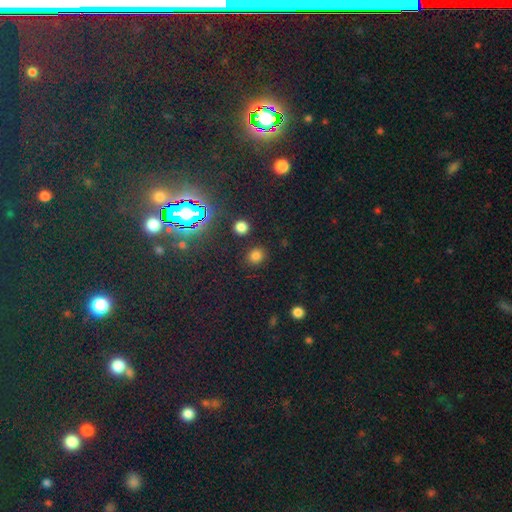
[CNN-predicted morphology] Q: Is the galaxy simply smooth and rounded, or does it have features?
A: smooth — 73%.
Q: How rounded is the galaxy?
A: round — 79%.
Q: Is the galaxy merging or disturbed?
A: none — 86%.